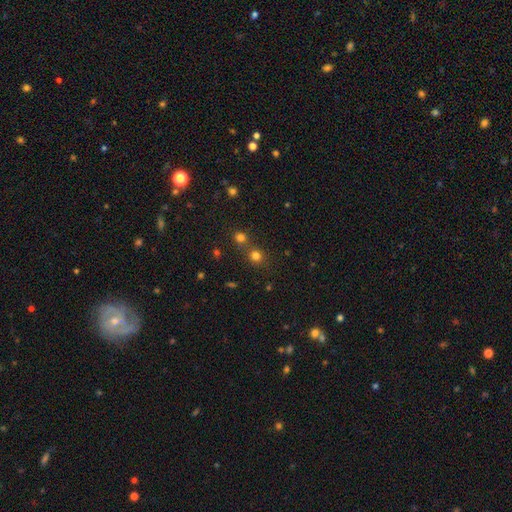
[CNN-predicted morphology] This is likely a smooth galaxy (74%). How rounded: clearly round (86%). Merging: likely none (66%).